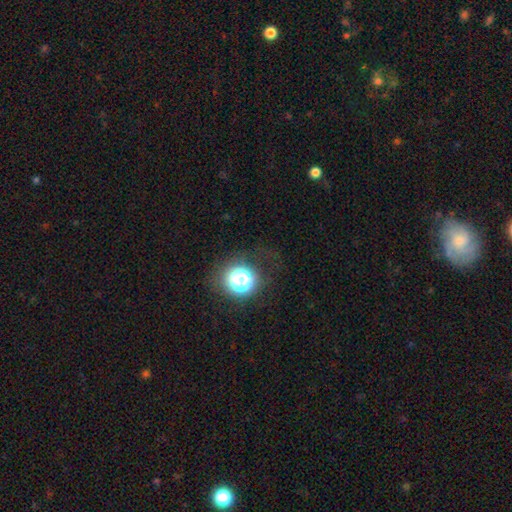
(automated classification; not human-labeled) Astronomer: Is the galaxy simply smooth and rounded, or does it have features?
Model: star or artifact — 50% (runner-up: smooth, 42%).